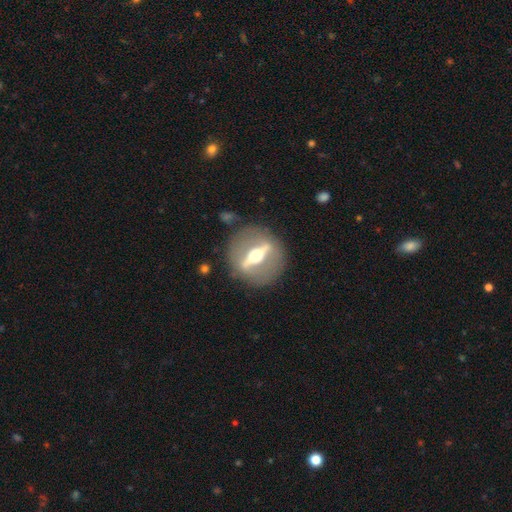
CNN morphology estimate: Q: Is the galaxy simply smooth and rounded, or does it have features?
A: featured or disk — 83%.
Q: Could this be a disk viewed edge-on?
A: yes — 55%.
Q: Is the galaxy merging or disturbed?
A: none — 85%.